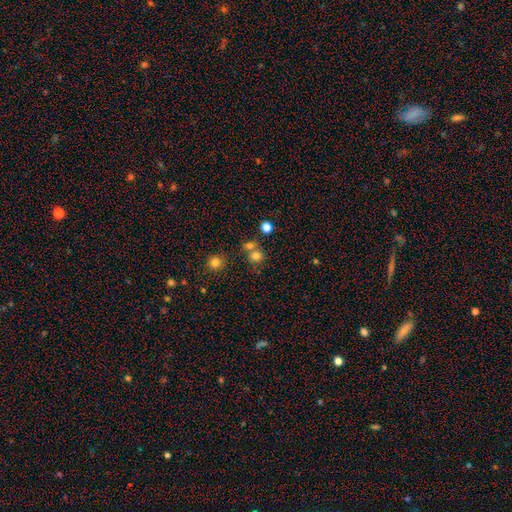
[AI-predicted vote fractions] Morphology: type=smooth (75%); roundness=round (81%); merging=none (56%).